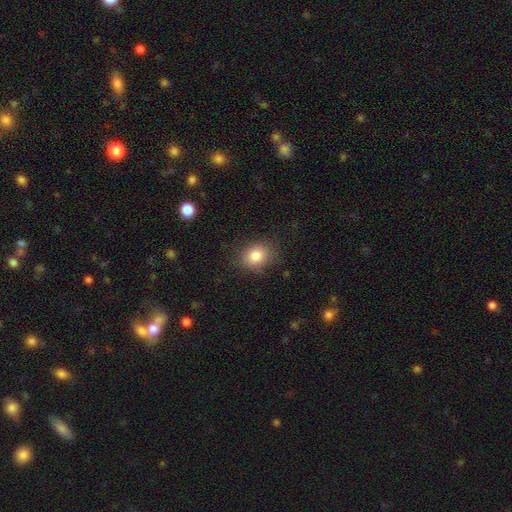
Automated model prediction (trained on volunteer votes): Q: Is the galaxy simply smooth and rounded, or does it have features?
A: smooth — 82%.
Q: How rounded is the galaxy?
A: round — 54%.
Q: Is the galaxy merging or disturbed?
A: none — 80%.